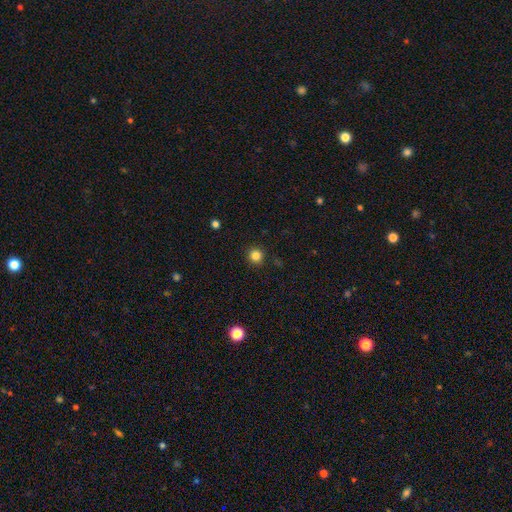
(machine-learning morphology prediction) smooth 83%, star or artifact 12%, featured or disk 4%. Down the decision tree: how rounded — round (94%); merging — none (92%).